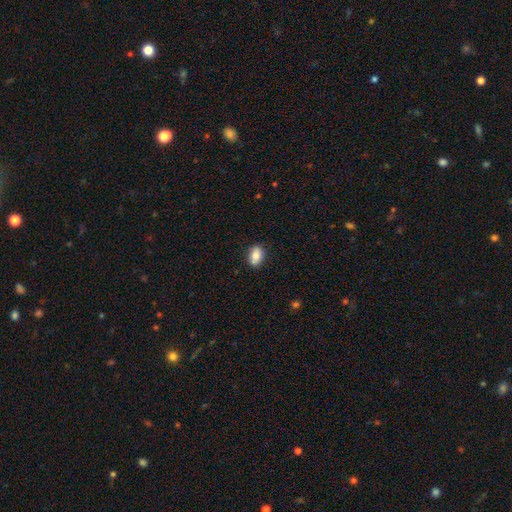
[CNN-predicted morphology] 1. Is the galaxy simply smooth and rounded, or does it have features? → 82% smooth, 11% featured or disk, 7% star or artifact.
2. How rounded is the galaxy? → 86% in between, 12% round, 2% cigar-shaped.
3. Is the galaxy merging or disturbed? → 87% none, 10% minor disturbance, 2% major disturbance, 1% merger.